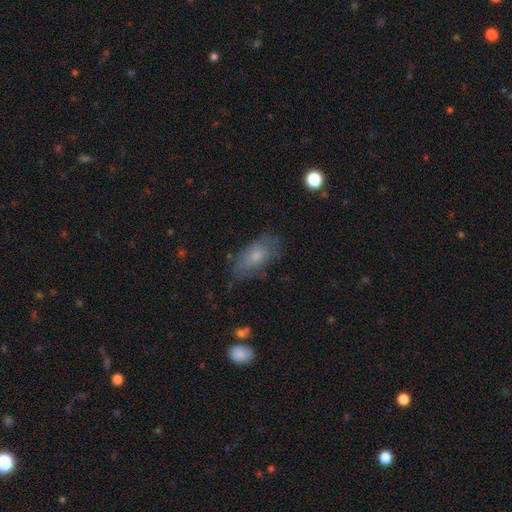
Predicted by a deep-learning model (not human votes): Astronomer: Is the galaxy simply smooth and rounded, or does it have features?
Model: smooth — 61%.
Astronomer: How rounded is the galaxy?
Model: in between — 88%.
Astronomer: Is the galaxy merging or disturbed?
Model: none — 66%.